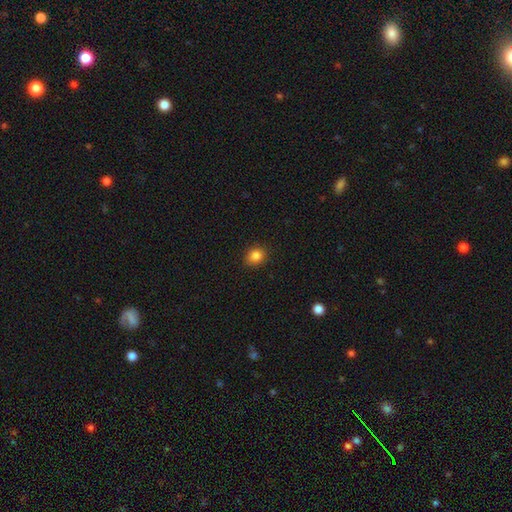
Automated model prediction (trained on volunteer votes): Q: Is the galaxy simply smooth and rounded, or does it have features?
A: smooth — 85%.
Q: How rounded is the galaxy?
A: round — 66%.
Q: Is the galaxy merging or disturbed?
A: none — 88%.